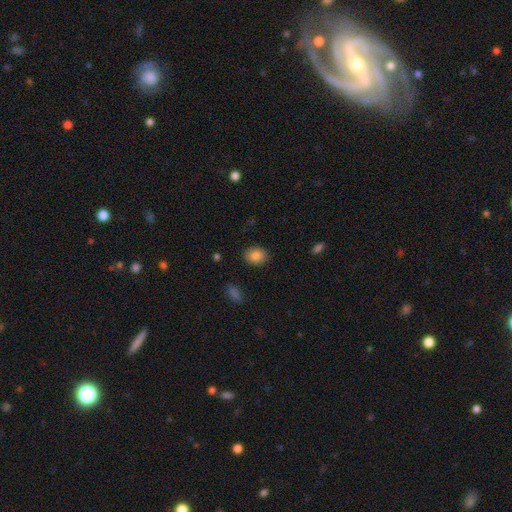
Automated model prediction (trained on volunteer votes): smooth 84%, star or artifact 8%, featured or disk 7%. Down the decision tree: how rounded — in between (54%); merging — none (89%).